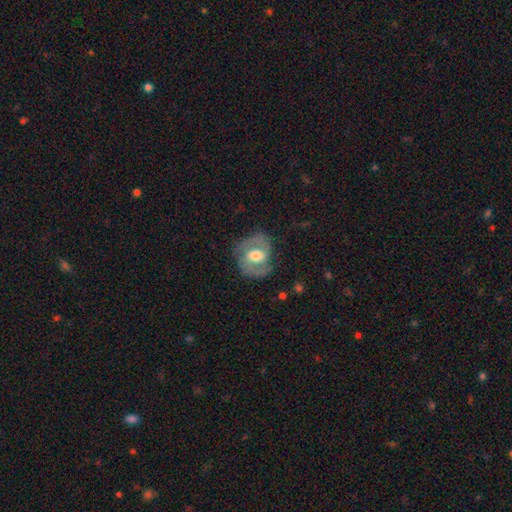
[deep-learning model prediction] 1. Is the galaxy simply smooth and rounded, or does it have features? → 76% featured or disk, 18% smooth, 6% star or artifact.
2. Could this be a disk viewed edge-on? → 97% no, 3% yes.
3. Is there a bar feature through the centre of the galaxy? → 46% weak, 35% no, 19% strong.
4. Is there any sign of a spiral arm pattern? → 87% yes, 13% no.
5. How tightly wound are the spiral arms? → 54% medium, 28% tight, 18% loose.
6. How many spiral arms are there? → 87% 2, 6% can't tell, 3% 1, 2% 3, 1% 4, 1% more than 4.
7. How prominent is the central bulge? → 63% moderate, 25% large, 9% small, 2% dominant, 2% none.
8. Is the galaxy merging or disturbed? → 75% none, 16% minor disturbance, 8% major disturbance, 1% merger.